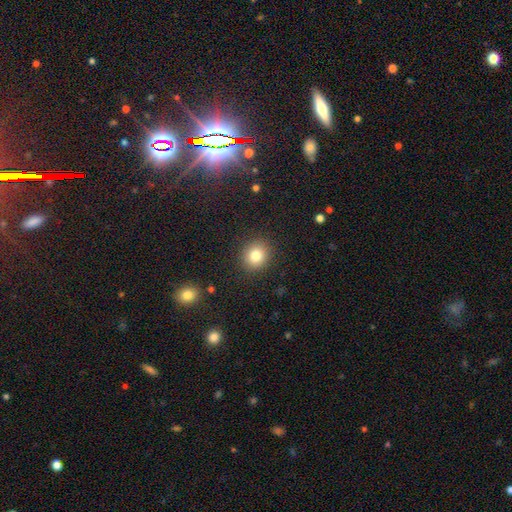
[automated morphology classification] smooth 81%, star or artifact 11%, featured or disk 8%. Down the decision tree: how rounded — round (80%); merging — none (89%).